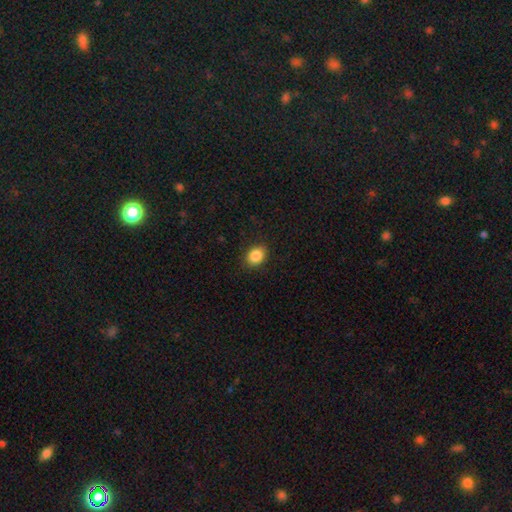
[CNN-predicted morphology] Smooth or featured? Predicted: smooth (p=0.86). How rounded? Predicted: in between (p=0.50). Merging? Predicted: none (p=0.88).